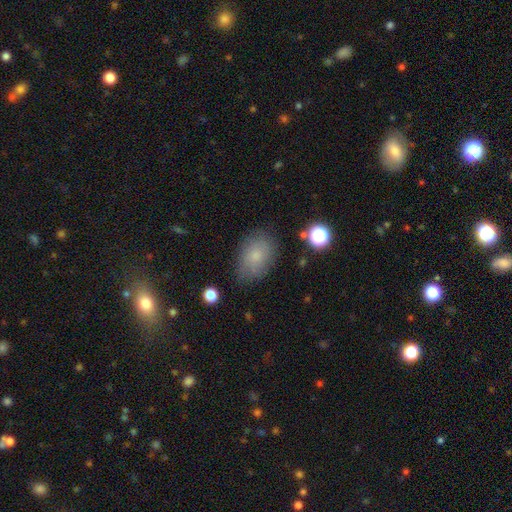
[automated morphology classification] smooth 74%, featured or disk 16%, star or artifact 11%. Down the decision tree: how rounded — in between (83%); merging — none (76%).